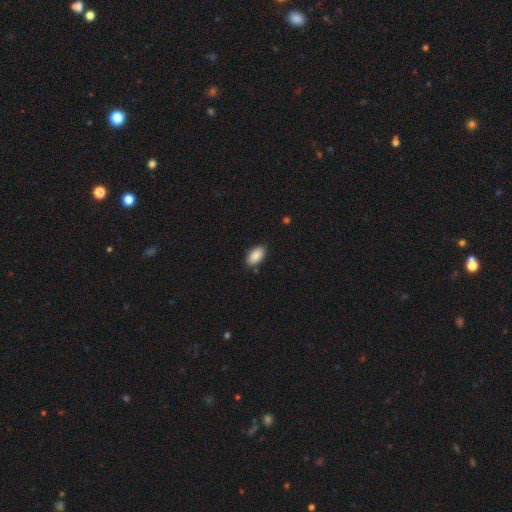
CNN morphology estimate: The model was most divided on "merging": none: 85%, minor disturbance: 11%, major disturbance: 2%, merger: 1%. More confident: how rounded — in between (94%); smooth or featured — smooth (89%).